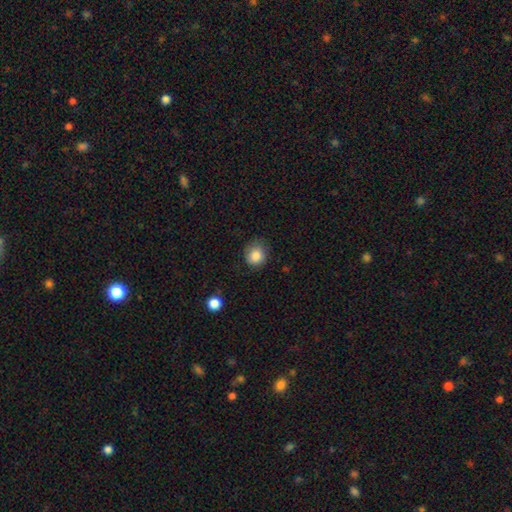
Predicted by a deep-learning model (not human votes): Smooth or featured: smooth — 85% (star or artifact — 9%)
How rounded: round — 78% (in between — 21%)
Merging: none — 73% (minor disturbance — 21%)